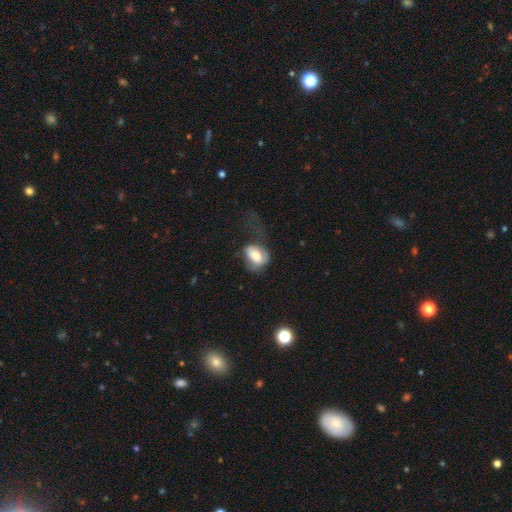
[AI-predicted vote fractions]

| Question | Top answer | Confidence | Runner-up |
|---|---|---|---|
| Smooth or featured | smooth | 67% | featured or disk (25%) |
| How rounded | in between | 80% | round (18%) |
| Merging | major disturbance | 42% | none (30%) |